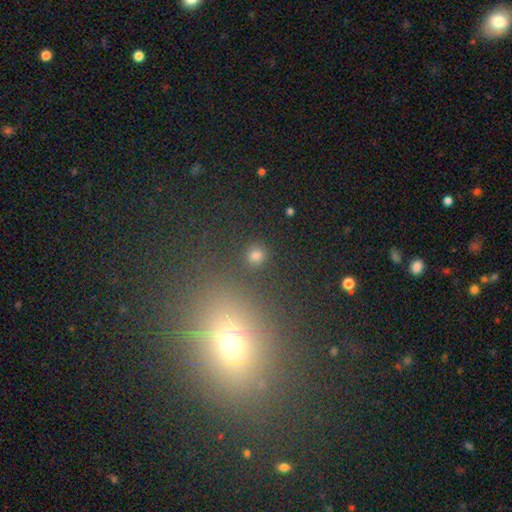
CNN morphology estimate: The model was most divided on "smooth or featured": smooth: 75%, star or artifact: 19%, featured or disk: 6%. More confident: how rounded — round (90%); merging — none (86%).